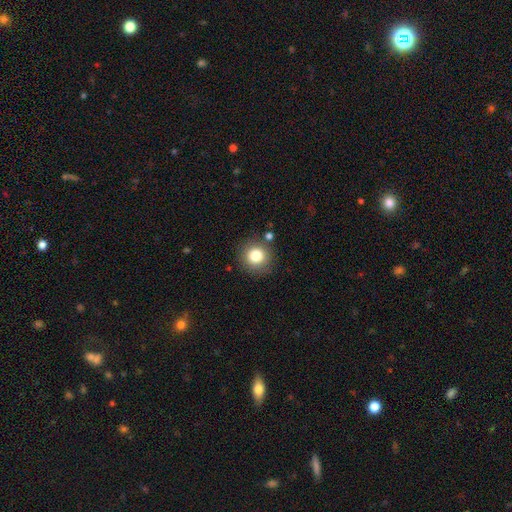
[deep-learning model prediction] Morphology: type=smooth (80%); roundness=round (92%); merging=none (84%).